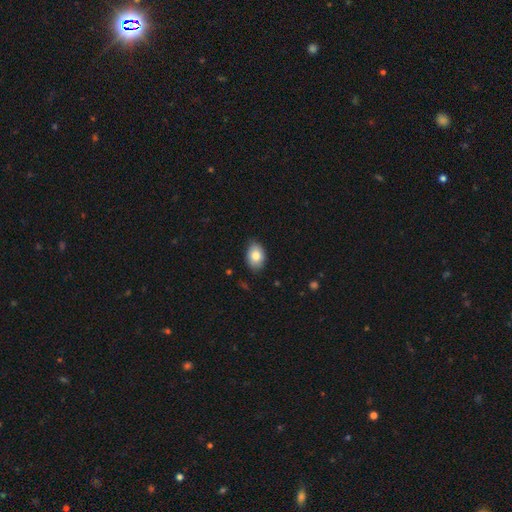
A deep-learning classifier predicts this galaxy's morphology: Smooth or featured: smooth — 81% (featured or disk — 11%)
How rounded: in between — 82% (round — 17%)
Merging: none — 83% (minor disturbance — 14%)